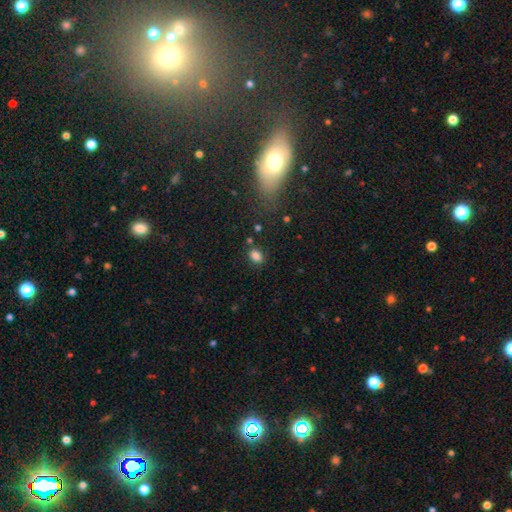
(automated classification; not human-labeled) A smooth galaxy with no disk features (83%) that is in between round and cigar-shaped (76%). Merging: none (79%).